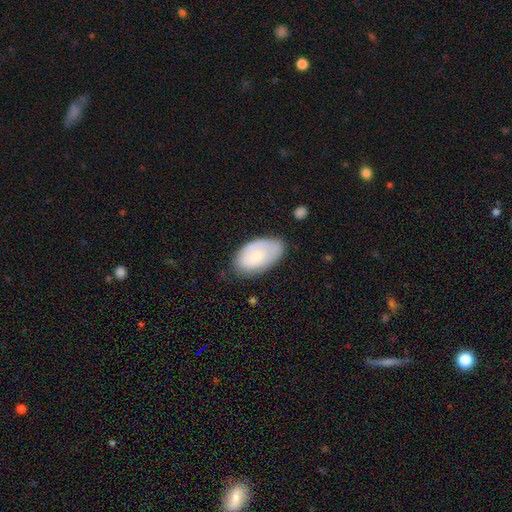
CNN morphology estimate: type=smooth (61%); roundness=in between (94%); merging=none (70%).